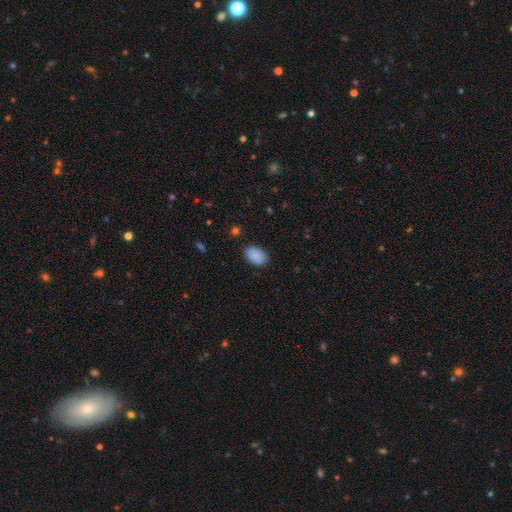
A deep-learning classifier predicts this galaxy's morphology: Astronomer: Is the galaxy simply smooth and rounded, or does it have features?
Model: smooth — 88%.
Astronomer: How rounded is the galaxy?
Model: in between — 88%.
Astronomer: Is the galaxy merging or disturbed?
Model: none — 85%.